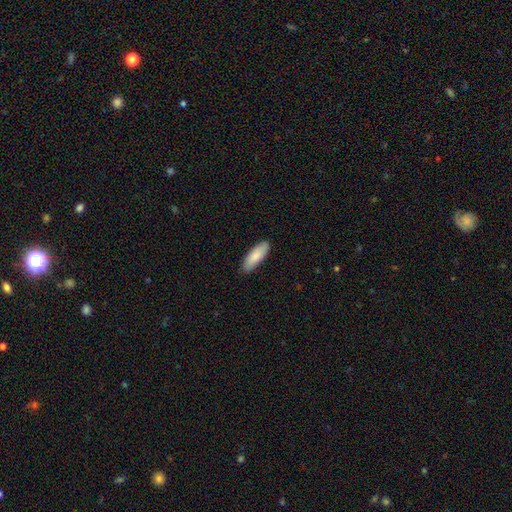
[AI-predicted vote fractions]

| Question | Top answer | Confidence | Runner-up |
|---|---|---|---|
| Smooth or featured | smooth | 86% | featured or disk (9%) |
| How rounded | in between | 59% | cigar-shaped (40%) |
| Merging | none | 88% | minor disturbance (10%) |